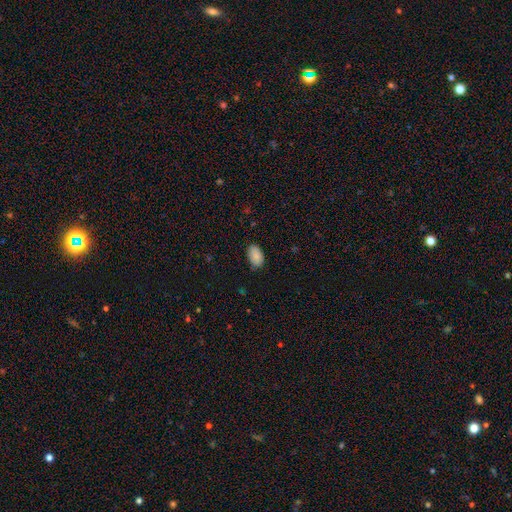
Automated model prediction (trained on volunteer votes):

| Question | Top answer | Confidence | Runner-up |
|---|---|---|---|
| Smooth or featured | smooth | 88% | star or artifact (7%) |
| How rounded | in between | 93% | round (6%) |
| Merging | none | 81% | minor disturbance (15%) |